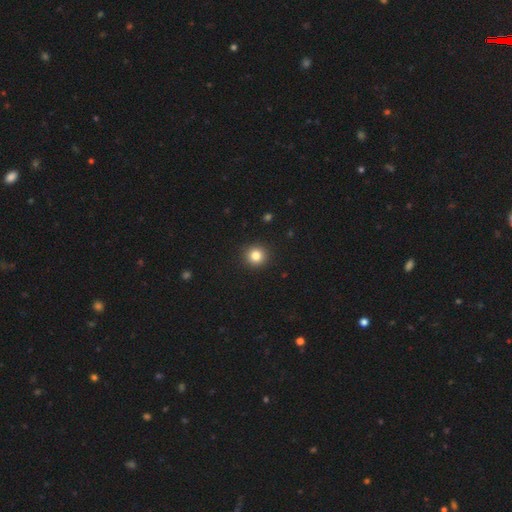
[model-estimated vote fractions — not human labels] Morphology: type=smooth (82%); roundness=round (94%); merging=none (93%).